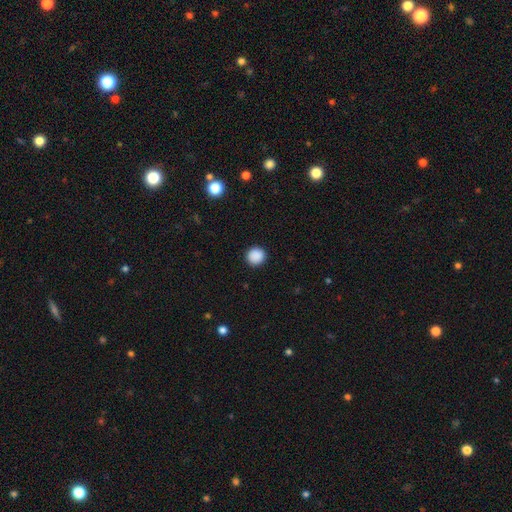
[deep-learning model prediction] Smooth or featured?
  - smooth: 89% *
  - star or artifact: 9%
  - featured or disk: 2%
How rounded?
  - round: 94% *
  - in between: 5%
  - cigar-shaped: 1%
Merging?
  - none: 92% *
  - minor disturbance: 5%
  - major disturbance: 2%
  - merger: 1%